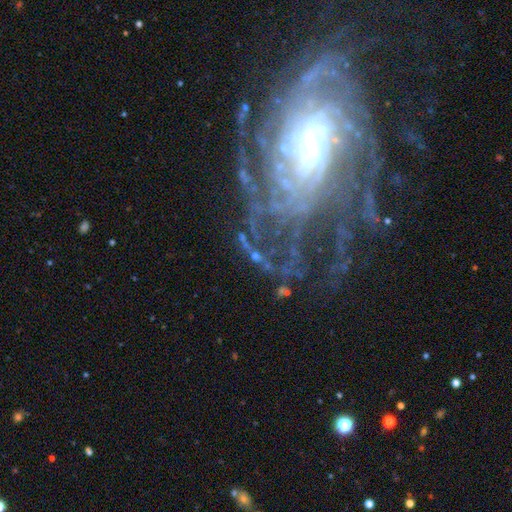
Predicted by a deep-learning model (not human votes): This is likely a featured or disk galaxy (73%). It is clearly not viewed edge-on (95%). Bar: possibly no (46%). Spiral arm pattern: clearly yes (88%). Spiral arm count: marginally can't tell (33%). Spiral winding: likely tight (62%). Central bulge: possibly small (57%). Merging: possibly none (60%).